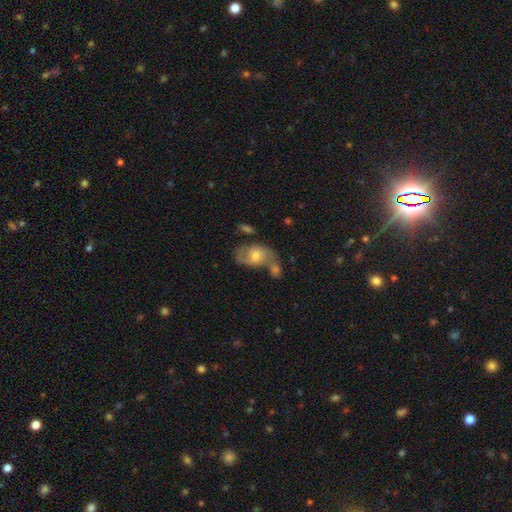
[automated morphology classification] smooth_or_featured: featured or disk (p=0.55) [alt: smooth p=0.38]
disk_edge_on: no (p=0.96) [alt: yes p=0.04]
bar: no (p=0.61) [alt: weak p=0.33]
has_spiral_arms: yes (p=0.75) [alt: no p=0.25]
bulge_size: moderate (p=0.59) [alt: small p=0.25]
merging: merger (p=0.36) [alt: none p=0.34]